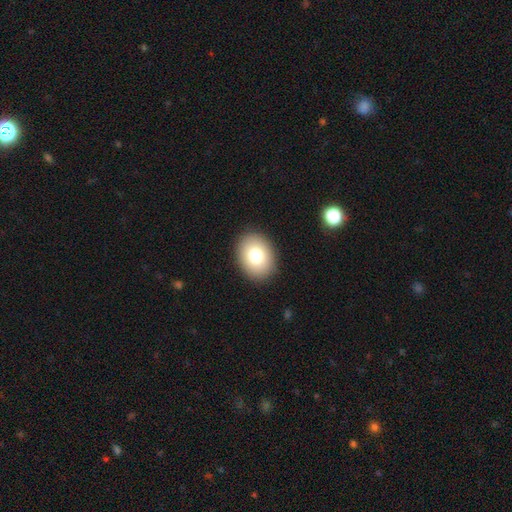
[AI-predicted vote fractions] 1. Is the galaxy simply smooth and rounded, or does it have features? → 79% smooth, 12% featured or disk, 9% star or artifact.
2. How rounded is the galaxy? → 63% in between, 36% round, 1% cigar-shaped.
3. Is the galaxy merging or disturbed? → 90% none, 7% minor disturbance, 2% major disturbance, 1% merger.